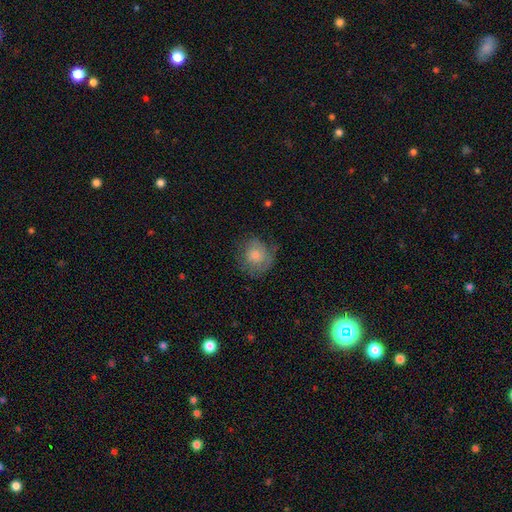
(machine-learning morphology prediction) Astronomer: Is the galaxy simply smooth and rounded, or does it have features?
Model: smooth — 61%.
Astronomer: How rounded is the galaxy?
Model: round — 83%.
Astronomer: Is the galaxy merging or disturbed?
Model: none — 67%.